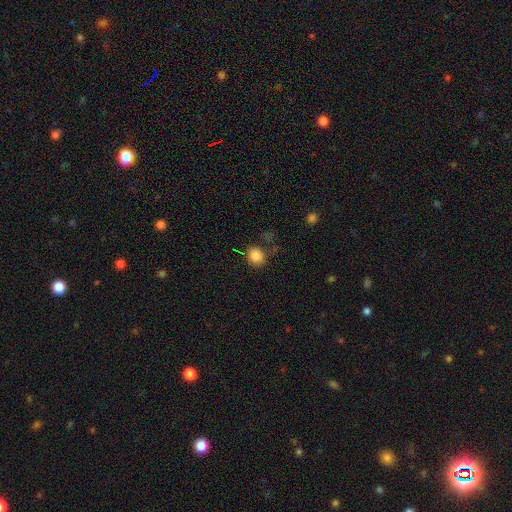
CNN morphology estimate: Smooth or featured? smooth (85%)
How rounded? round (77%)
Merging? none (73%)